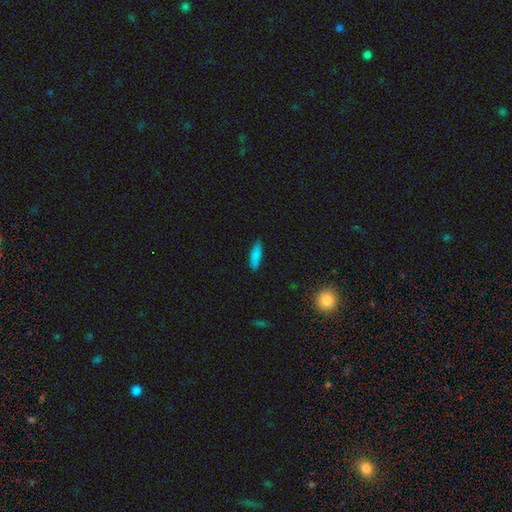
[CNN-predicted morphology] Overall: smooth (85%). How rounded: cigar-shaped (53%; in between 45%). Merging: none (85%).